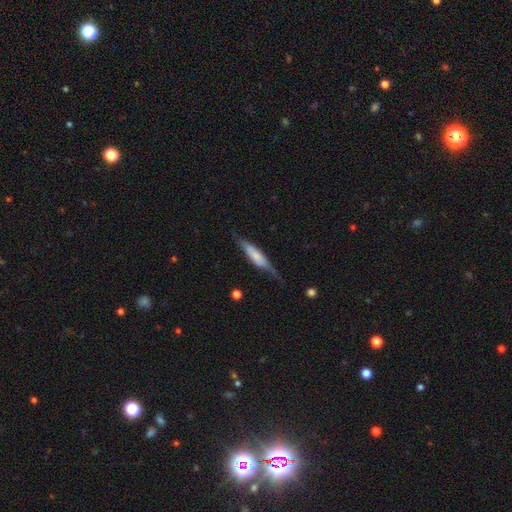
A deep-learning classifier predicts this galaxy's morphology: Smooth or featured: smooth — 53% (featured or disk — 41%)
How rounded: cigar-shaped — 73% (in between — 25%)
Merging: none — 57% (minor disturbance — 29%)